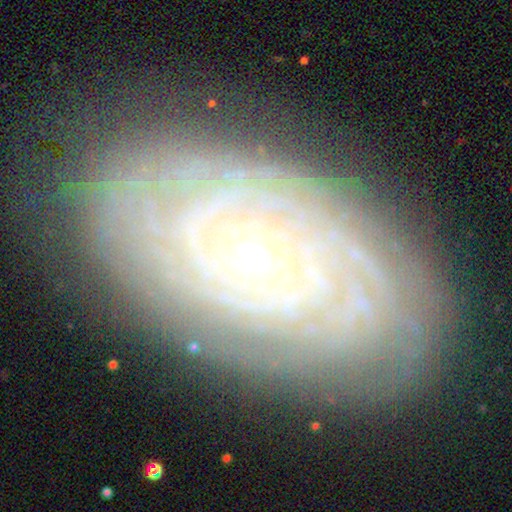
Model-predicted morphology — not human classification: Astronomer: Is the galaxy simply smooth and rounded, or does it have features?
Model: featured or disk — 86%.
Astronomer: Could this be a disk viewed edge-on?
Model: no — 95%.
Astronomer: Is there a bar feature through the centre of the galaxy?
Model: no — 69%.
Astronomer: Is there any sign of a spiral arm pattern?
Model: yes — 95%.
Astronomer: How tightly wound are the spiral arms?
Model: tight — 88%.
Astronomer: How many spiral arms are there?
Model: can't tell — 37% (runner-up: more than 4, 16%).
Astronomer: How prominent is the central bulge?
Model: small — 51% (runner-up: moderate, 45%).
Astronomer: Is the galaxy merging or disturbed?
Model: none — 83%.